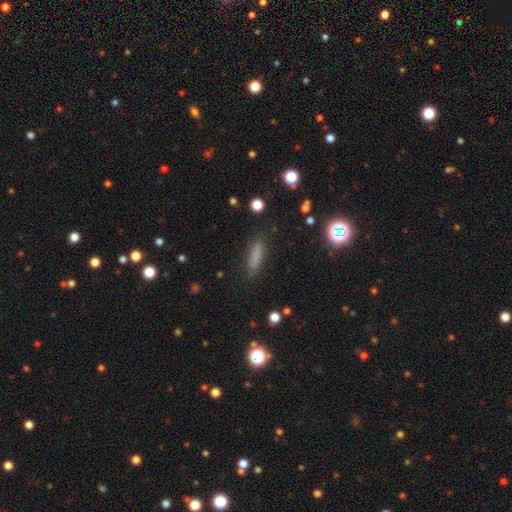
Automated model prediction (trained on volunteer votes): Overall: smooth (76%). How rounded: cigar-shaped (66%; in between 31%). Merging: none (83%).